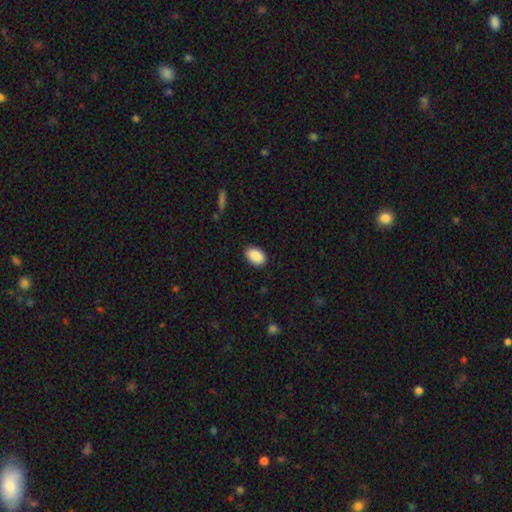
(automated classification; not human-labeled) Morphology: type=smooth (90%); roundness=in between (88%); merging=none (89%).